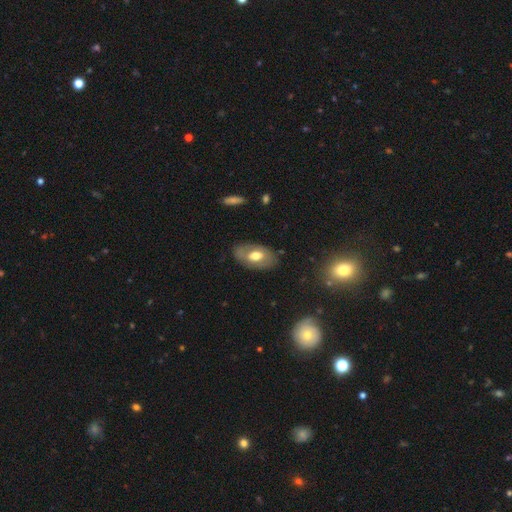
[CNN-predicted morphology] This is possibly a smooth galaxy (48%). Merging: likely none (76%).